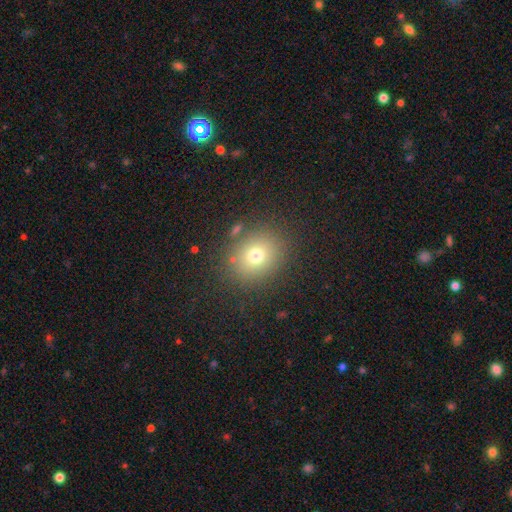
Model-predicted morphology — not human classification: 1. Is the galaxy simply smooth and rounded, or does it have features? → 73% smooth, 16% star or artifact, 11% featured or disk.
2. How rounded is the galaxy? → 65% round, 35% in between, 1% cigar-shaped.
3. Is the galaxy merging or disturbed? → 83% none, 9% minor disturbance, 4% major disturbance, 4% merger.